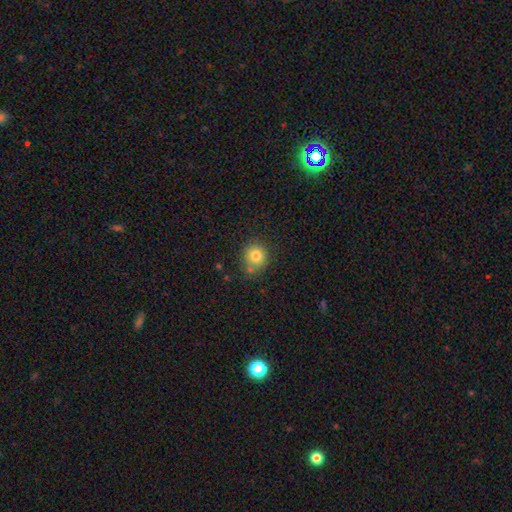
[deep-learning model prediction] This appears to be a smooth galaxy with no disk features (80%) that is round (87%). Merging: none (73%).